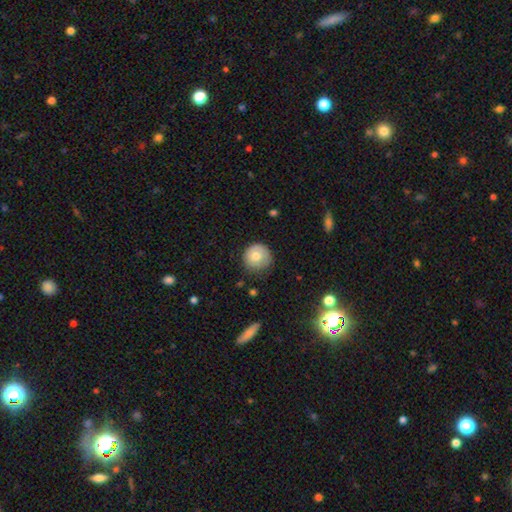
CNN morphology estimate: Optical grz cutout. It shows a smooth galaxy with no disk features (74%) that is round (93%). Merging: none (70%).